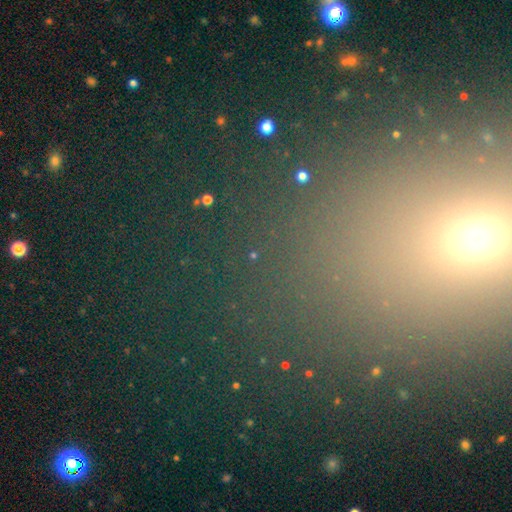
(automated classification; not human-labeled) smooth-or-featured: star or artifact: 74% | smooth: 16% | featured or disk: 10%